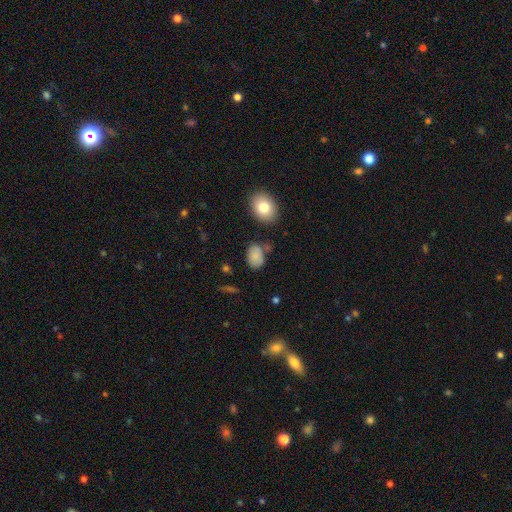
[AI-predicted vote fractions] A smooth galaxy with no disk features (79%) that is in between round and cigar-shaped (78%).

Vote fractions:
- Smooth or featured? smooth: 79% / featured or disk: 11% / star or artifact: 10%
- How rounded? in between: 78% / round: 21% / cigar-shaped: 1%
- Merging? none: 61% / minor disturbance: 23% / merger: 9% / major disturbance: 7%